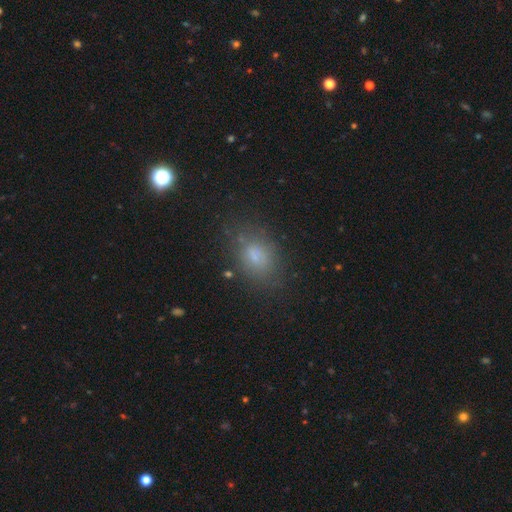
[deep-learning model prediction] A smooth galaxy with no disk features (75%) that is in between round and cigar-shaped (76%). Merging: none (74%).